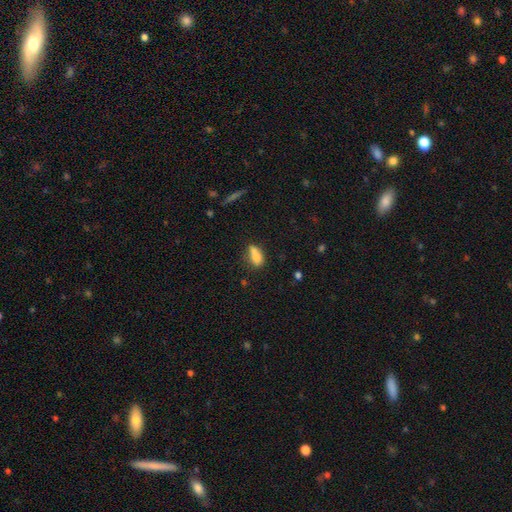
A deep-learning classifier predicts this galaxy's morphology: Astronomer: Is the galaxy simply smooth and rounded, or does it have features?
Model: smooth — 75%.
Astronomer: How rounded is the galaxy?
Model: in between — 77%.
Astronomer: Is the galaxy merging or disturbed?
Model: merger — 38% (runner-up: none, 37%).